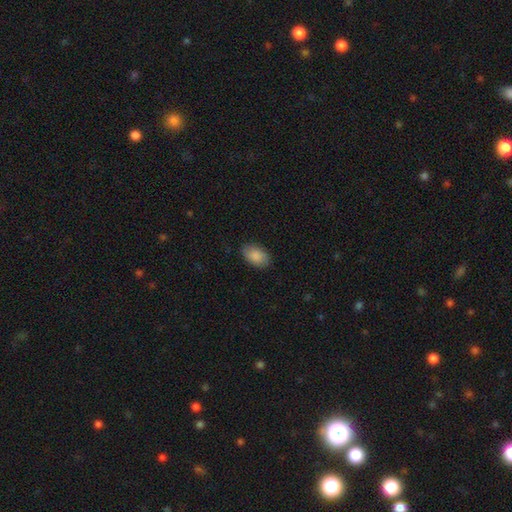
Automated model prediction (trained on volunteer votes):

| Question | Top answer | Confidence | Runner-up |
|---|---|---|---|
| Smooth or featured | smooth | 86% | featured or disk (8%) |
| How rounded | in between | 91% | round (8%) |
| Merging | none | 83% | minor disturbance (13%) |